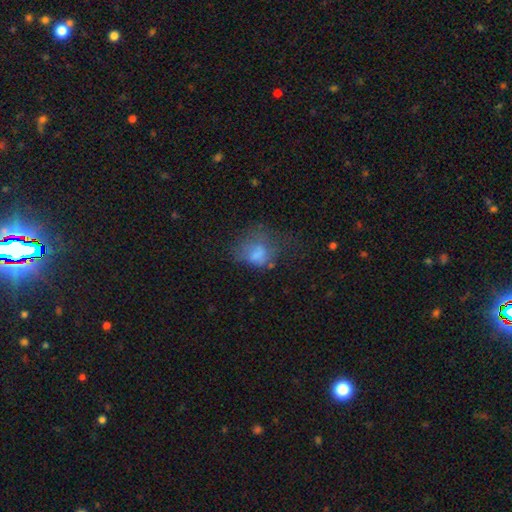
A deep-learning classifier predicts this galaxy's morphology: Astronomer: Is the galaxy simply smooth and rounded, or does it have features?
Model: smooth — 60%.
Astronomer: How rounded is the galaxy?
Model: in between — 56% (runner-up: round, 42%).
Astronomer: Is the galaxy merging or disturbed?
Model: major disturbance — 37% (runner-up: none, 33%).